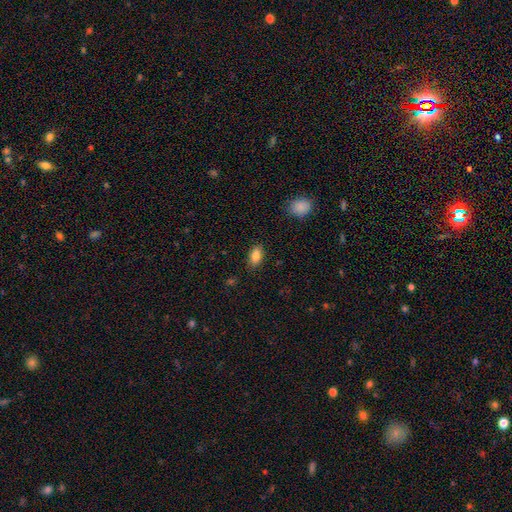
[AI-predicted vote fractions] Smooth or featured? smooth (85%)
How rounded? in between (90%)
Merging? none (86%)